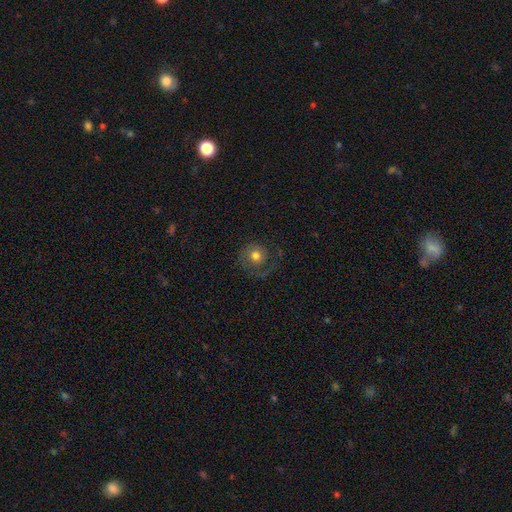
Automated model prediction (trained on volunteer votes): Smooth or featured?
  - smooth: 57% *
  - featured or disk: 33%
  - star or artifact: 9%
How rounded?
  - round: 88% *
  - in between: 11%
  - cigar-shaped: 1%
Merging?
  - none: 58% *
  - major disturbance: 23%
  - minor disturbance: 17%
  - merger: 2%